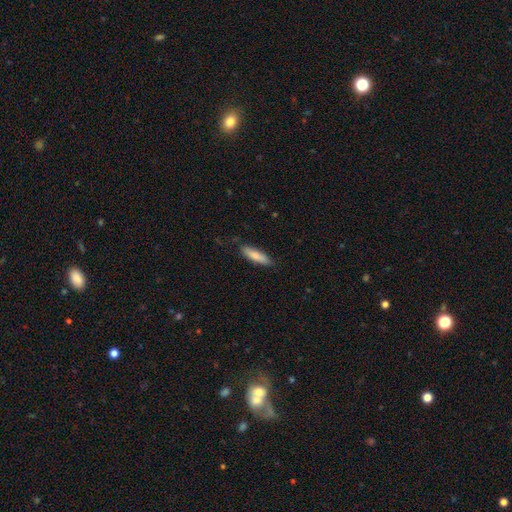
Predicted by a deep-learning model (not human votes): This appears to be a smooth galaxy with no disk features (77%) that is cigar-shaped (66%). Merging: none (84%).